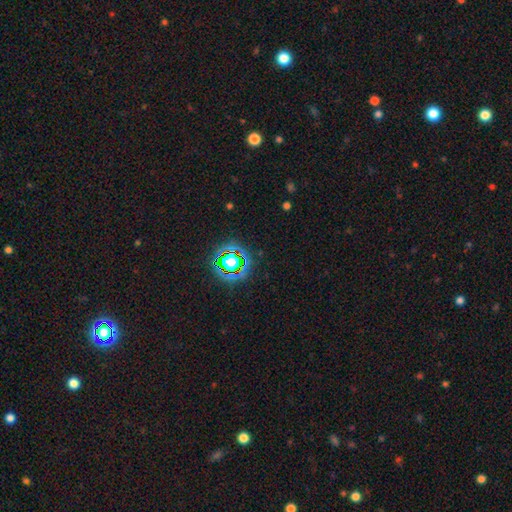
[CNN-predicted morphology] Overall: star or artifact (80%).